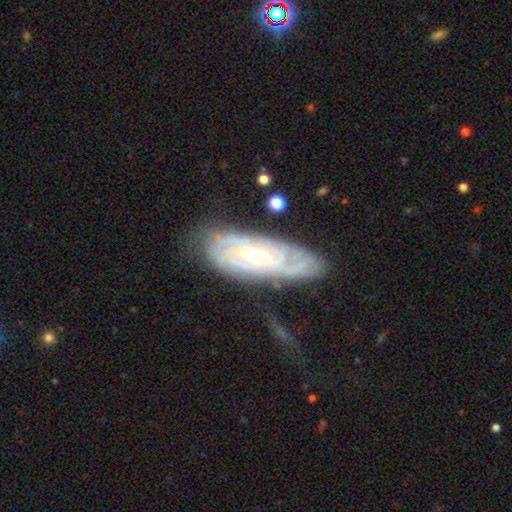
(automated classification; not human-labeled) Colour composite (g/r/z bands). It shows a featured or disk galaxy (81%) with no bar (51%), tight (75%) spiral arms (94%) and a small central bulge (56%). Merging: none (73%).